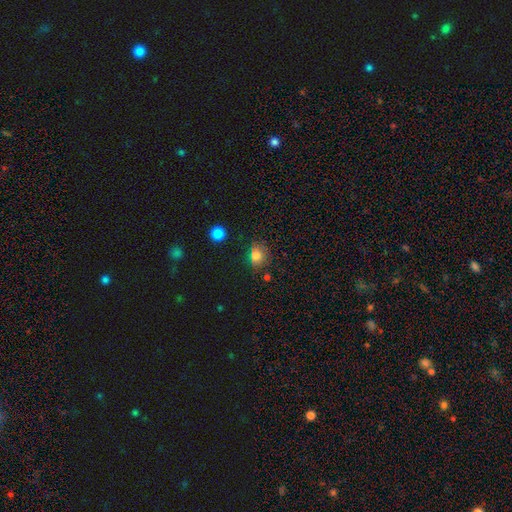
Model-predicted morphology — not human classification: type=smooth (78%); roundness=round (68%); merging=none (75%).